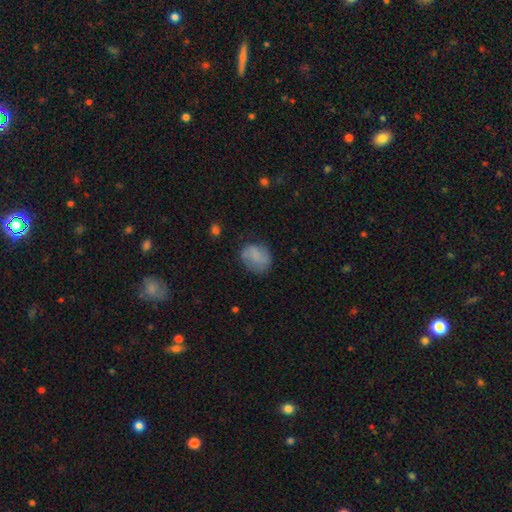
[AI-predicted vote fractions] smooth_or_featured: smooth (p=0.71) [alt: featured or disk p=0.20]
how_rounded: round (p=0.53) [alt: in between p=0.46]
merging: none (p=0.65) [alt: minor disturbance p=0.24]